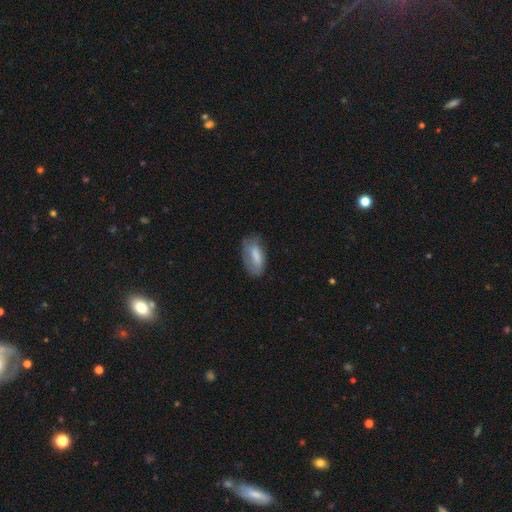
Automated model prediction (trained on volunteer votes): smooth 69%, featured or disk 24%, star or artifact 7%. Down the decision tree: how rounded — in between (88%); merging — none (54%).